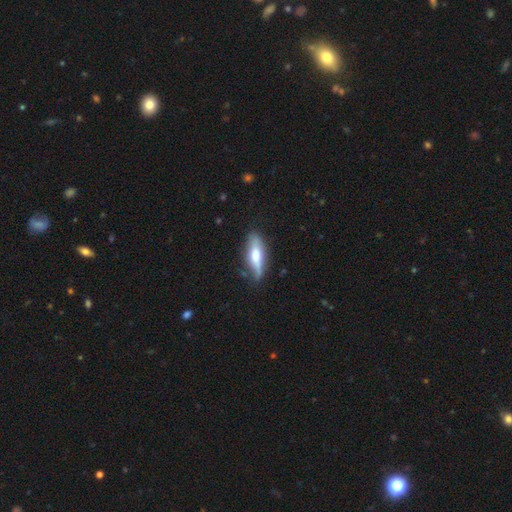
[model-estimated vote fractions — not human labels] This appears to be a smooth galaxy with no disk features (51%) that is cigar-shaped (54%). Merging: none (73%).